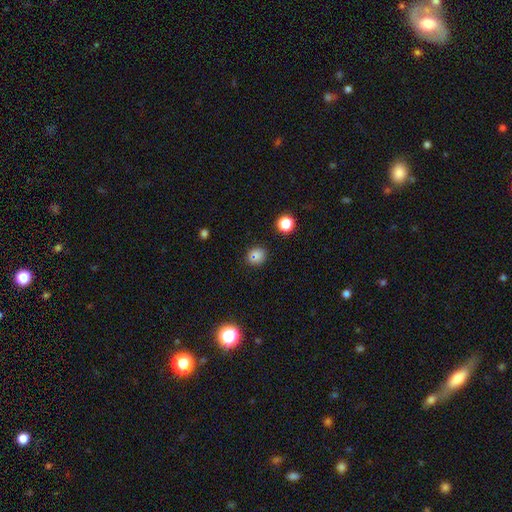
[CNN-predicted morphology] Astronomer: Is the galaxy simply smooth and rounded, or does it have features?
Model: smooth — 80%.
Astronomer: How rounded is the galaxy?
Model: round — 86%.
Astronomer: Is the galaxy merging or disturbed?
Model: none — 86%.